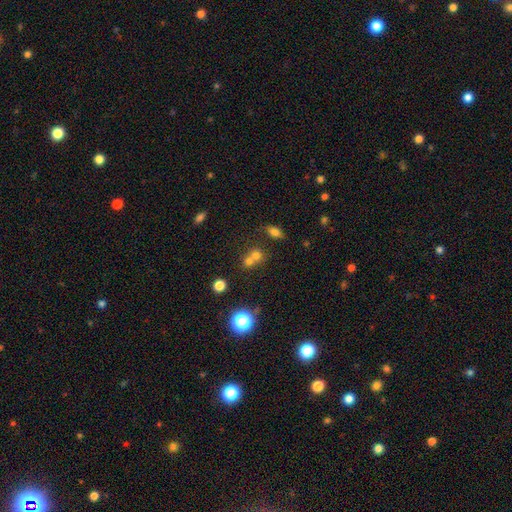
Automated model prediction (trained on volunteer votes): Smooth or featured? smooth (67%)
How rounded? round (75%)
Merging? merger (55%)